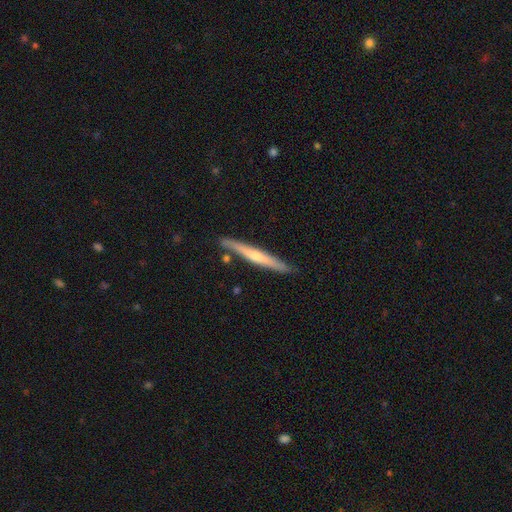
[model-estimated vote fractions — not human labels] Morphology: type=featured or disk (66%); edge-on=yes (96%); edge-on bulge=rounded (74%); merging=none (88%).